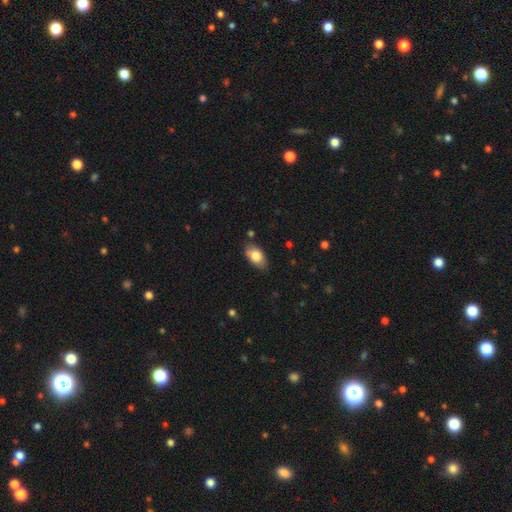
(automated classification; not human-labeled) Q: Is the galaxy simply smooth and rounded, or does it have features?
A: smooth — 79%.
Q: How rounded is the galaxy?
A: in between — 92%.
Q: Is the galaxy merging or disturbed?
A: none — 80%.